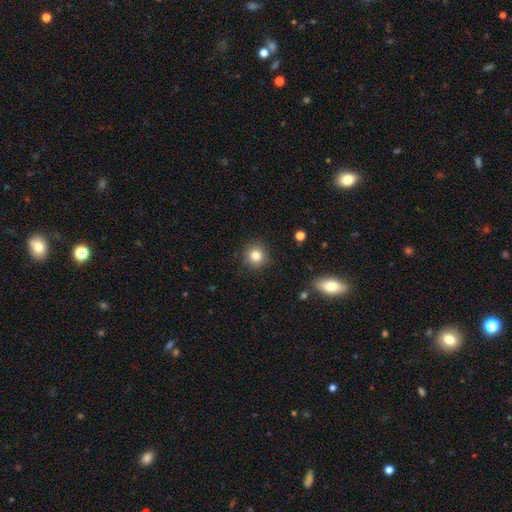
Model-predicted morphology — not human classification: This is clearly a smooth galaxy (82%). How rounded: clearly round (93%). Merging: clearly none (89%).